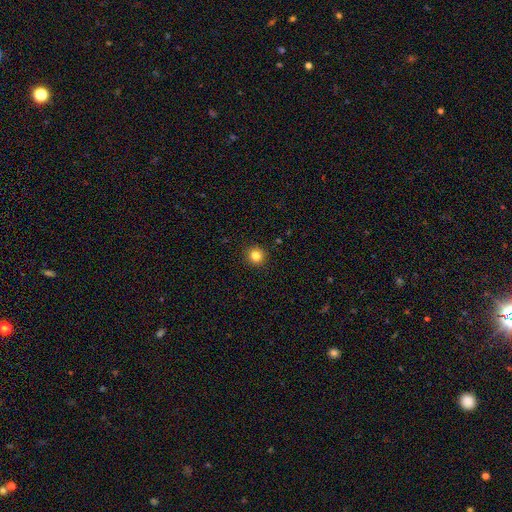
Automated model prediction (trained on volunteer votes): Overall: smooth (83%). How rounded: round (94%). Merging: none (92%).